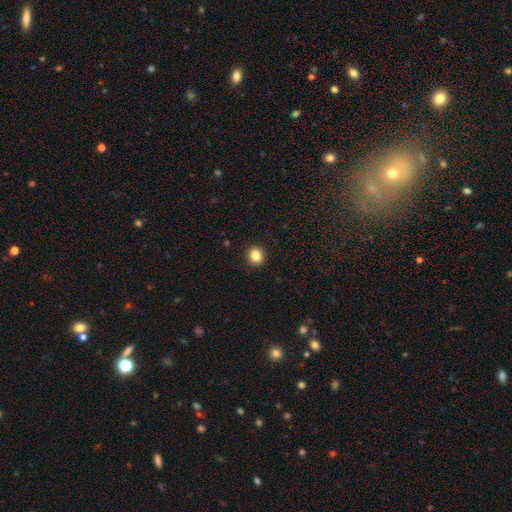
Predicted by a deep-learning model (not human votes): Smooth or featured? smooth (84%)
How rounded? round (87%)
Merging? none (93%)